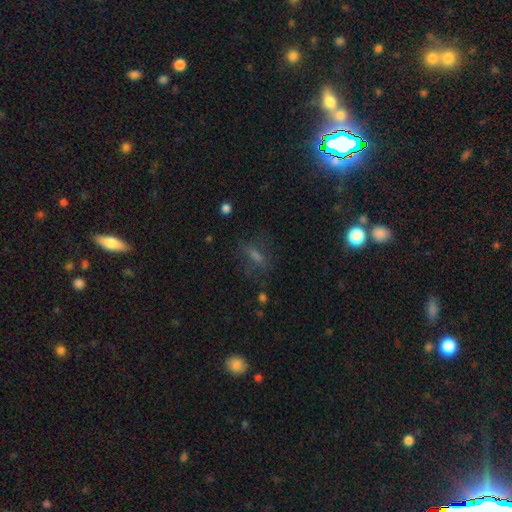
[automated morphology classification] A smooth galaxy with no disk features (41%).

Vote fractions:
- Smooth or featured? smooth: 41% / star or artifact: 34% / featured or disk: 25%
- Merging? none: 67% / minor disturbance: 17% / major disturbance: 14% / merger: 3%